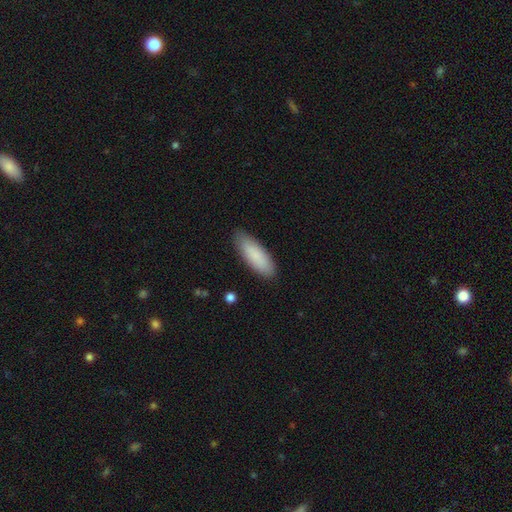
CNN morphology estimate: smooth 87%, featured or disk 8%, star or artifact 6%. Down the decision tree: how rounded — in between (59%); merging — none (86%).